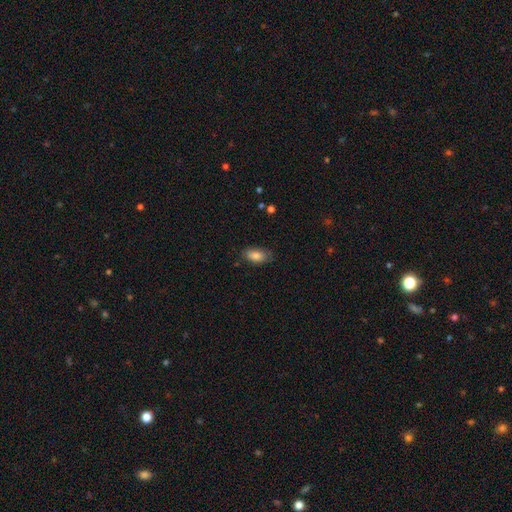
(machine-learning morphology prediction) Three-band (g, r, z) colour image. It shows a smooth galaxy with no disk features (82%) that is in between round and cigar-shaped (92%). Merging: none (76%).